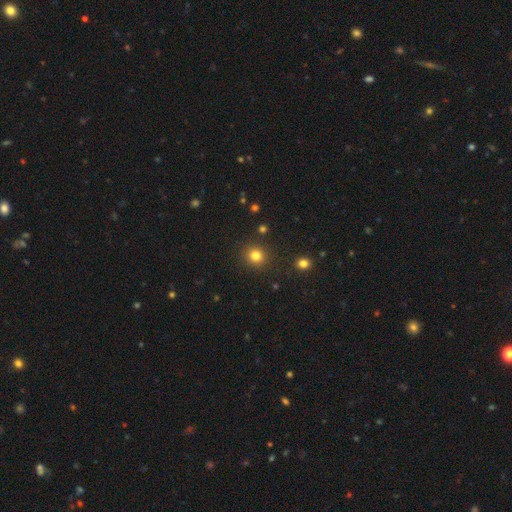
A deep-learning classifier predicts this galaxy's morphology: The model was most divided on "smooth or featured": smooth: 81%, star or artifact: 14%, featured or disk: 6%. More confident: merging — none (89%); how rounded — round (89%).